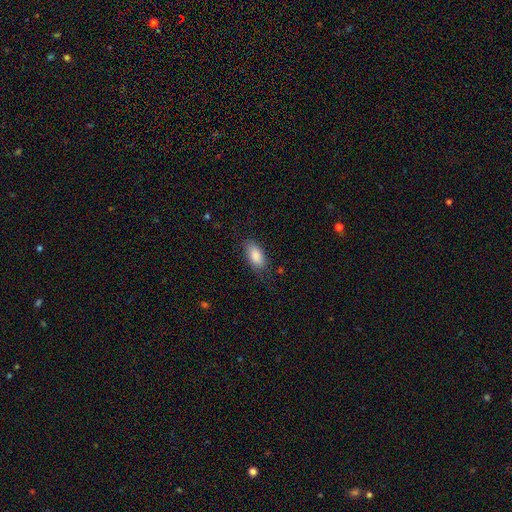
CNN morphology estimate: The model was most divided on "merging": none: 77%, minor disturbance: 18%, major disturbance: 5%, merger: 1%. More confident: how rounded — in between (89%); smooth or featured — smooth (86%).